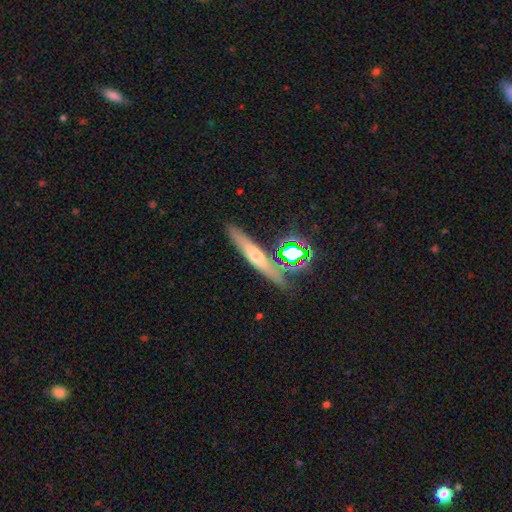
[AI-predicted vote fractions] The model was most divided on "smooth or featured": featured or disk: 44%, smooth: 41%, star or artifact: 15%. More confident: merging — none (84%).